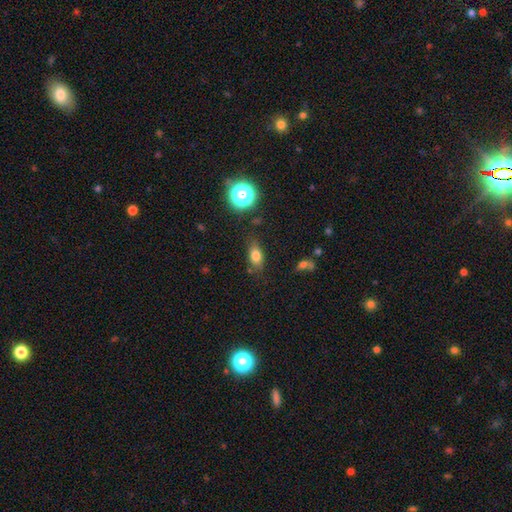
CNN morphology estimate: Smooth or featured: smooth — 76% (star or artifact — 13%)
How rounded: in between — 77% (round — 14%)
Merging: none — 76% (minor disturbance — 17%)